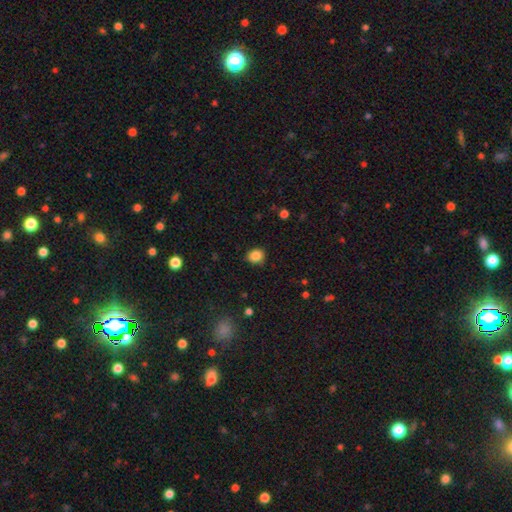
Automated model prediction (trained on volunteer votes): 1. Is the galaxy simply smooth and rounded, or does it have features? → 86% smooth, 10% star or artifact, 4% featured or disk.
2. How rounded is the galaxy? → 68% round, 31% in between, 1% cigar-shaped.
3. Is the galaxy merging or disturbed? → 84% none, 12% minor disturbance, 3% major disturbance, 1% merger.